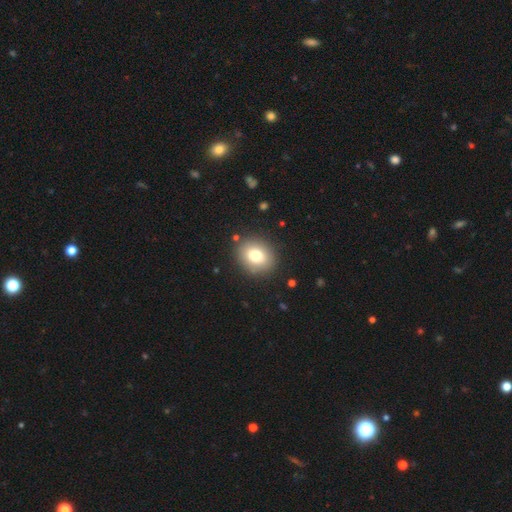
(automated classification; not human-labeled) A smooth galaxy with no disk features (76%) that is round (68%). Merging: none (87%).